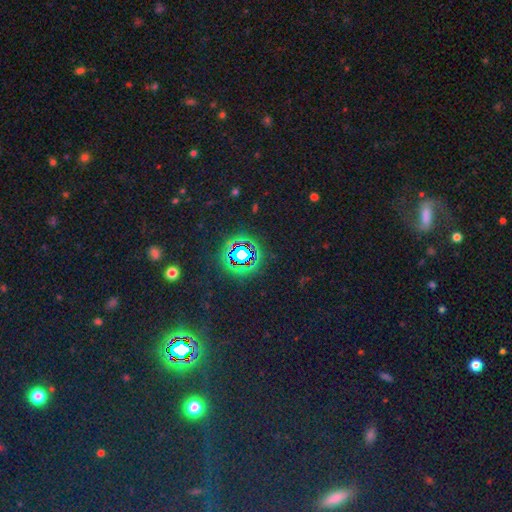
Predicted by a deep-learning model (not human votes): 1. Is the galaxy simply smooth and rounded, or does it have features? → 77% star or artifact, 14% smooth, 9% featured or disk.